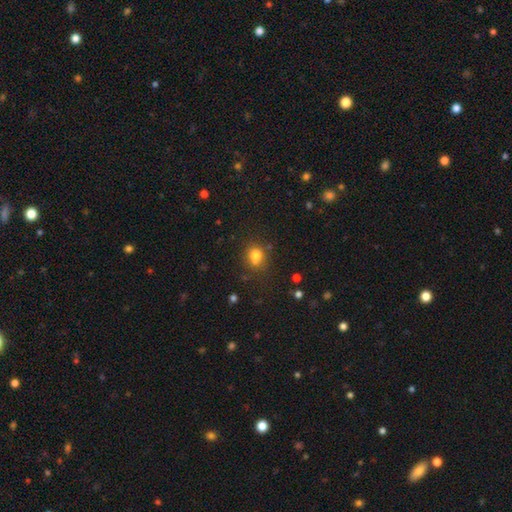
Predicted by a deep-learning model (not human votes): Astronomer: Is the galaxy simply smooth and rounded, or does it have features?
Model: smooth — 77%.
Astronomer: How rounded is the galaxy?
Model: round — 69%.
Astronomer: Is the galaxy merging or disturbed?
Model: none — 62%.